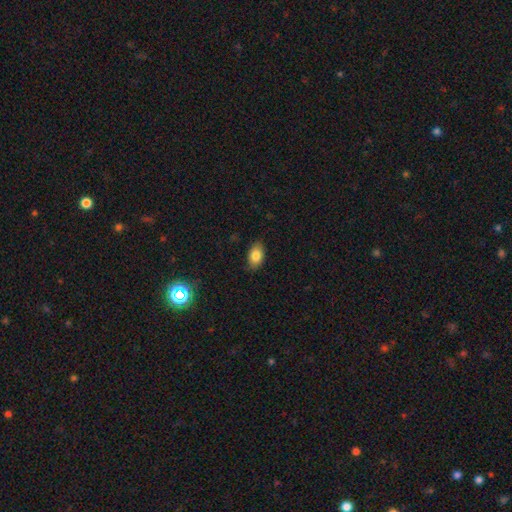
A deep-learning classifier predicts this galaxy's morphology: Q: Smooth or featured?
A: smooth (83%); runner-up: featured or disk (9%)
Q: How rounded?
A: in between (89%); runner-up: round (9%)
Q: Merging?
A: none (83%); runner-up: minor disturbance (13%)